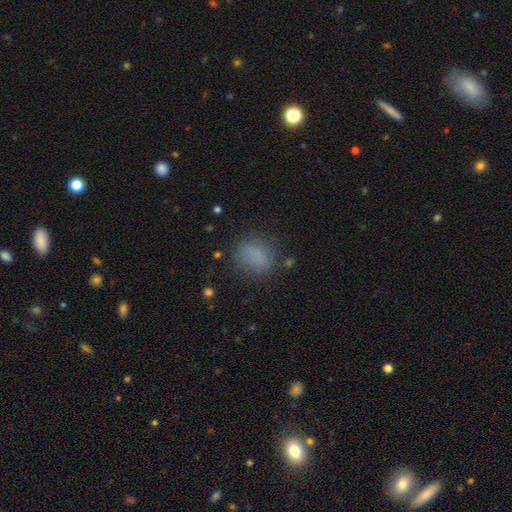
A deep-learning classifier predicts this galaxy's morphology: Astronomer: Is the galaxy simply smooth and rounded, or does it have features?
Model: smooth — 77%.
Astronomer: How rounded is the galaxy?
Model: round — 51% (runner-up: in between, 48%).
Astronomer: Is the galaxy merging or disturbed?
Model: none — 71%.